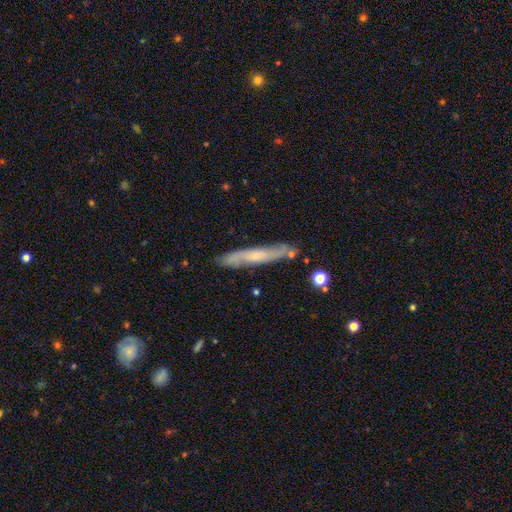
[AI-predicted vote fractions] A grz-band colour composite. It shows a featured or disk galaxy (54%) viewed edge-on (71%). Merging: none (81%).